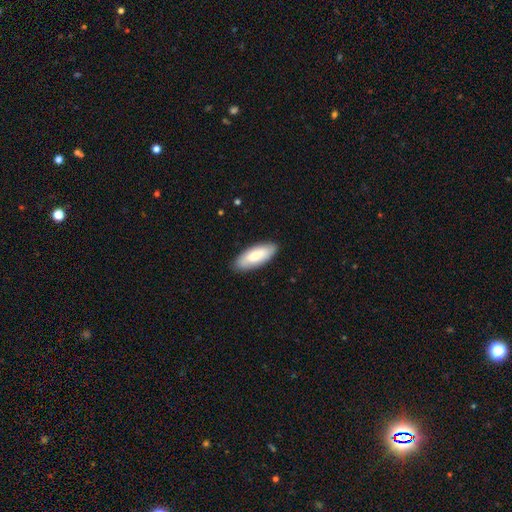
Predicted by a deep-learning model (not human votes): Smooth or featured? Predicted: smooth (p=0.75). How rounded? Predicted: in between (p=0.77). Merging? Predicted: none (p=0.88).